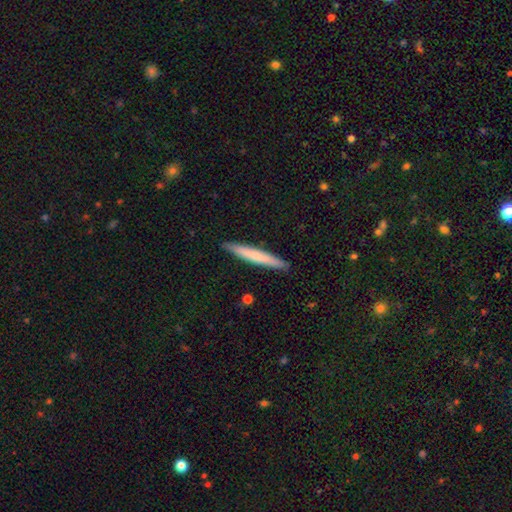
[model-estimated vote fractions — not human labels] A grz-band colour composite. It shows a smooth galaxy with no disk features (67%) that is cigar-shaped (96%). Merging: none (91%).